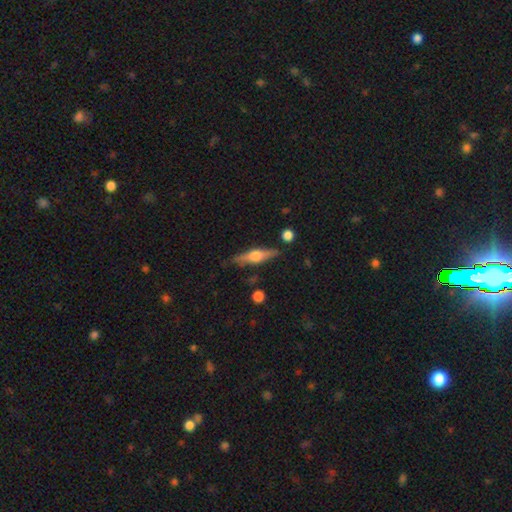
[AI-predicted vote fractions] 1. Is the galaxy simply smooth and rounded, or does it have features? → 60% featured or disk, 34% smooth, 6% star or artifact.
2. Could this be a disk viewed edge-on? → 94% yes, 6% no.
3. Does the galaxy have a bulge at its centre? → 90% rounded, 7% boxy, 3% none.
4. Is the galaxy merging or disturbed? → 79% none, 14% minor disturbance, 3% merger, 3% major disturbance.